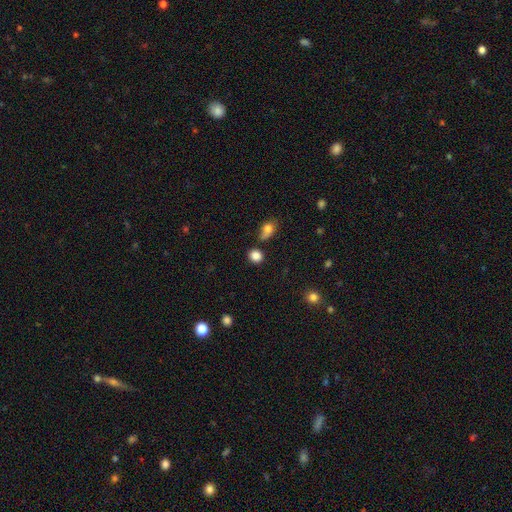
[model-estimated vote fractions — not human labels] smooth 84%, star or artifact 11%, featured or disk 5%. Down the decision tree: how rounded — round (80%); merging — none (73%).